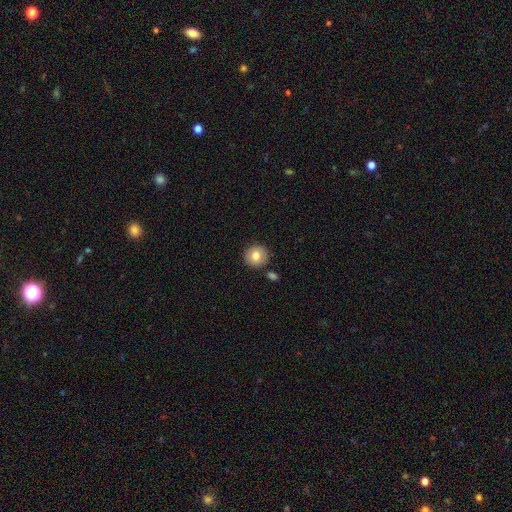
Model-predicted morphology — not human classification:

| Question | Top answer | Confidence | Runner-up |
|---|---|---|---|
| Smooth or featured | smooth | 80% | featured or disk (12%) |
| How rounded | round | 93% | in between (6%) |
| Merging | none | 86% | minor disturbance (8%) |